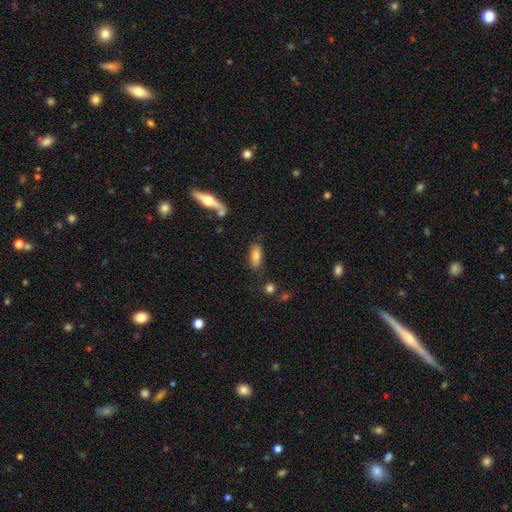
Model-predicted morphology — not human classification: Overall: smooth (79%). How rounded: in between (81%). Merging: none (72%).